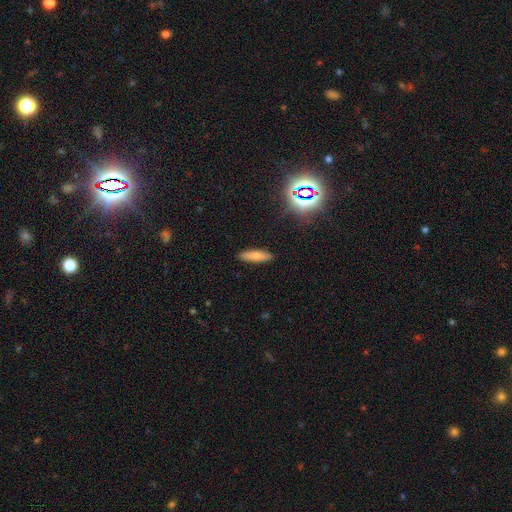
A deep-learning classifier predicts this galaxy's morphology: This is likely a smooth galaxy (75%). How rounded: likely cigar-shaped (68%). Merging: clearly none (90%).